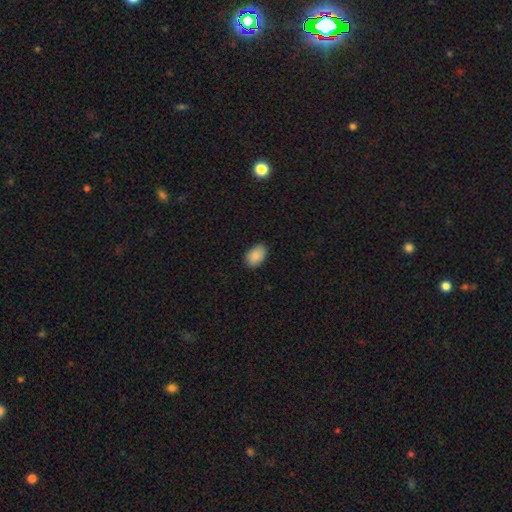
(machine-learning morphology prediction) Smooth or featured? smooth (88%)
How rounded? in between (85%)
Merging? none (85%)